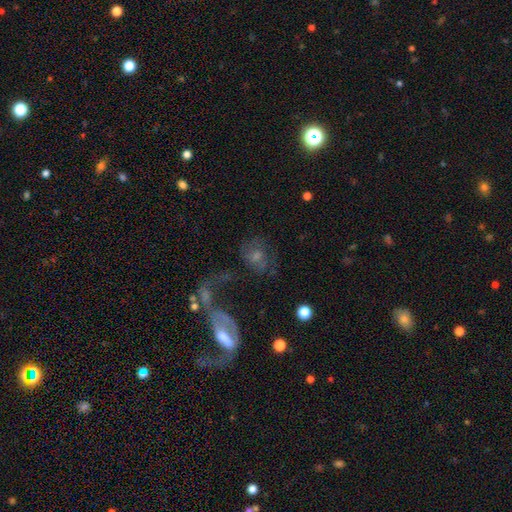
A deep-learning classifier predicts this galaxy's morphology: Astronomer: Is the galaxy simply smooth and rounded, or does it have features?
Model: featured or disk — 53% (runner-up: smooth, 30%).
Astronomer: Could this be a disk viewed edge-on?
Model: no — 92%.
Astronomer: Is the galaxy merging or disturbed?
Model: none — 35% (runner-up: major disturbance, 26%).